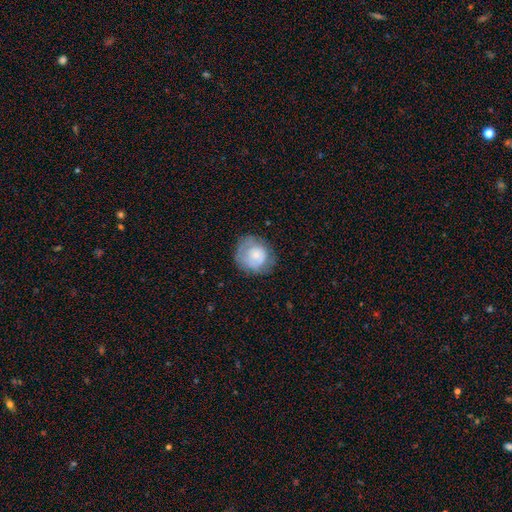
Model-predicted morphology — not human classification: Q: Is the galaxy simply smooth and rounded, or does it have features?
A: smooth — 67%.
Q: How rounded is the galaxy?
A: round — 83%.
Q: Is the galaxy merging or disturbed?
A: none — 61%.